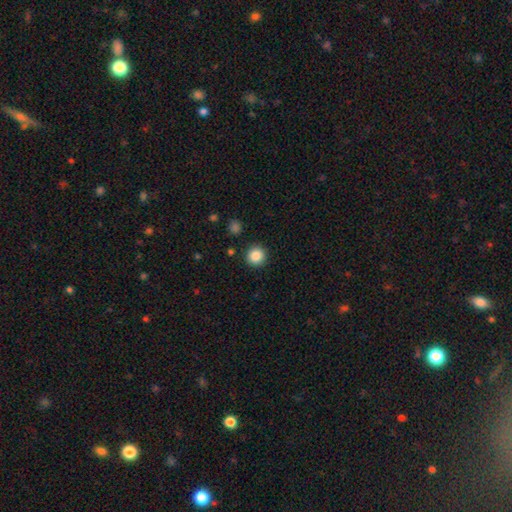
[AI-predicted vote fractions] Q: Smooth or featured?
A: smooth (87%); runner-up: star or artifact (10%)
Q: How rounded?
A: round (94%); runner-up: in between (5%)
Q: Merging?
A: none (91%); runner-up: minor disturbance (6%)